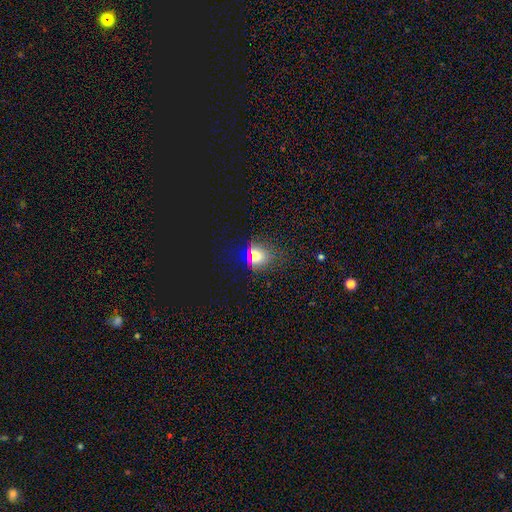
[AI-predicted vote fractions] This appears to be a smooth galaxy with no disk features (61%) that is round (74%). Merging: none (80%).